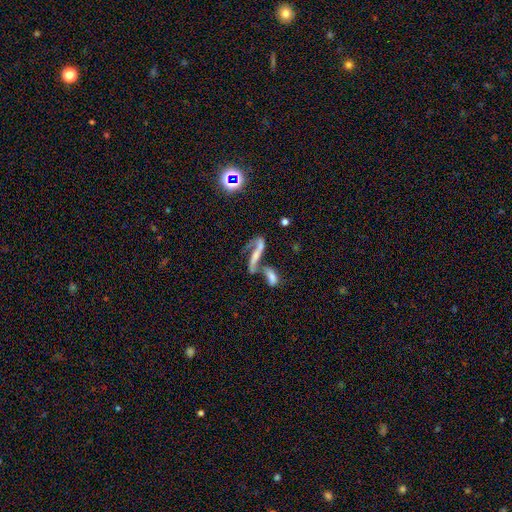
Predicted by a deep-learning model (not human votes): A featured or disk galaxy (56%). Merging: merger (50%).